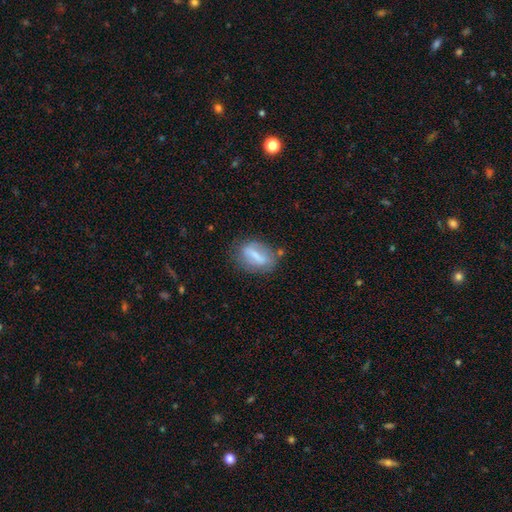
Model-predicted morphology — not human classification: This appears to be a smooth galaxy with no disk features (48%). Merging: none (64%).